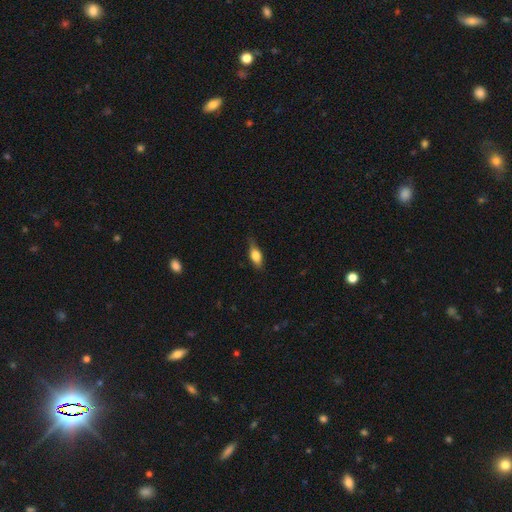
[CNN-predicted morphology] smooth_or_featured: smooth (p=0.72) [alt: featured or disk p=0.21]
how_rounded: in between (p=0.76) [alt: cigar-shaped p=0.18]
merging: none (p=0.70) [alt: minor disturbance p=0.24]